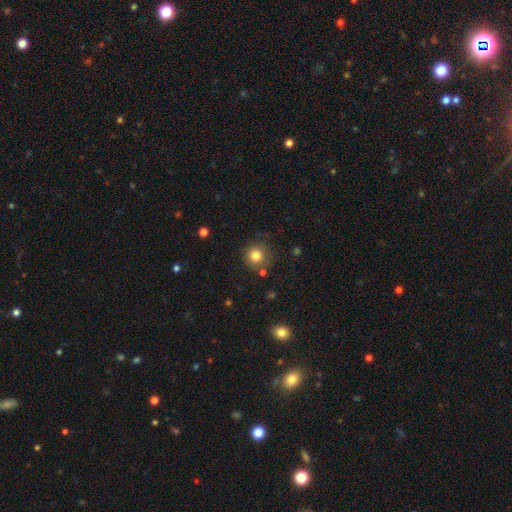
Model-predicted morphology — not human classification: A smooth galaxy with no disk features (81%) that is round (93%).

Vote fractions:
- Smooth or featured? smooth: 81% / star or artifact: 12% / featured or disk: 7%
- How rounded? round: 93% / in between: 6% / cigar-shaped: 1%
- Merging? none: 81% / minor disturbance: 10% / merger: 5% / major disturbance: 3%